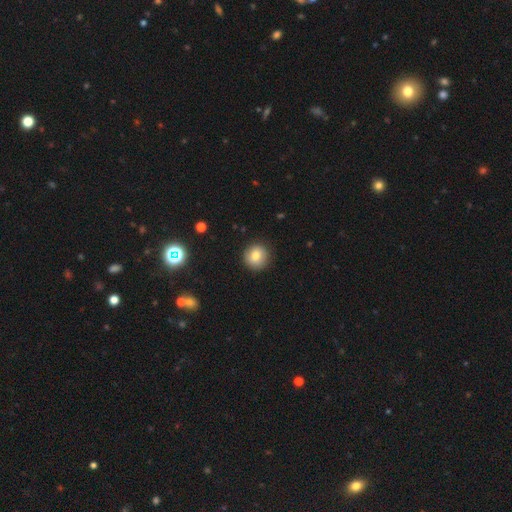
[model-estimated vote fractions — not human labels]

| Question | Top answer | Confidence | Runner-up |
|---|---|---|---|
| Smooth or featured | smooth | 76% | featured or disk (13%) |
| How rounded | round | 93% | in between (6%) |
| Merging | none | 88% | minor disturbance (8%) |